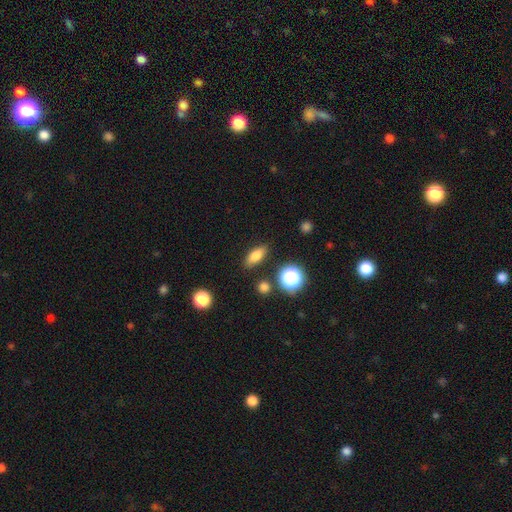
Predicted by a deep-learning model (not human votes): Smooth or featured? smooth (77%)
How rounded? in between (70%)
Merging? none (85%)